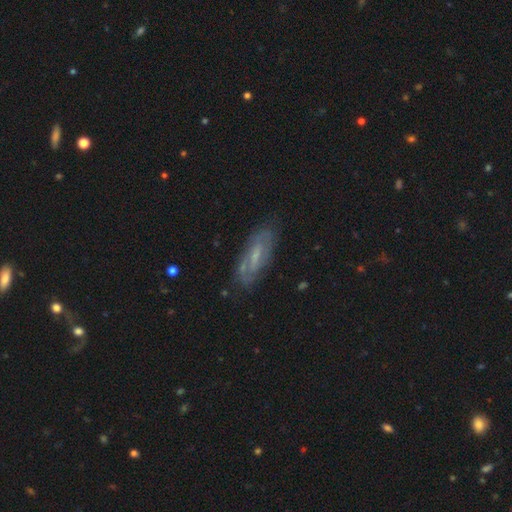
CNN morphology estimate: A featured or disk galaxy (62%). Merging: none (75%).